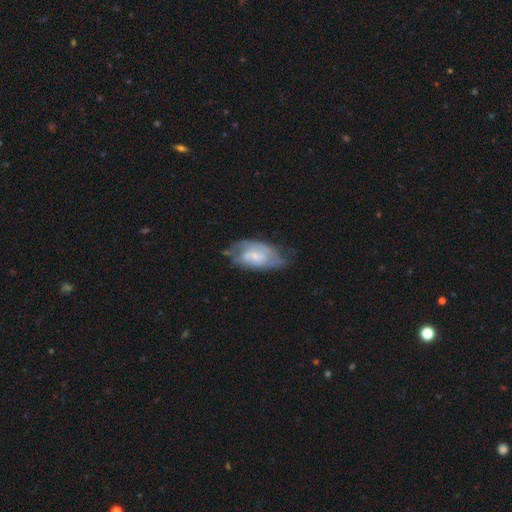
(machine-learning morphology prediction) Smooth or featured? Predicted: featured or disk (p=0.65). Edge-on disk? Predicted: no (p=0.95). Bar? Predicted: no (p=0.58). Spiral arms? Predicted: yes (p=0.76). Bulge size? Predicted: small (p=0.57). Merging? Predicted: none (p=0.51).